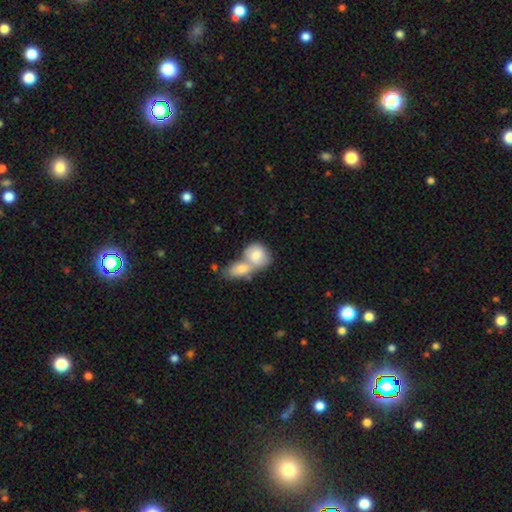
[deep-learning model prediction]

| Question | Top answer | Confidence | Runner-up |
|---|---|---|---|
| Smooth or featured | smooth | 79% | featured or disk (16%) |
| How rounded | round | 59% | in between (39%) |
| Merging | merger | 69% | none (22%) |